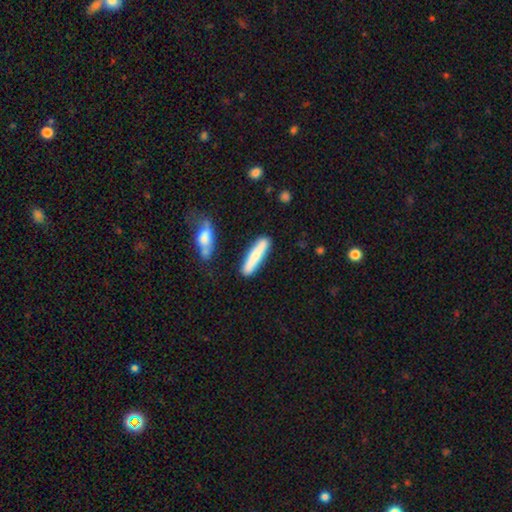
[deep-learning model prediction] Q: Smooth or featured?
A: smooth (65%); runner-up: featured or disk (30%)
Q: How rounded?
A: cigar-shaped (86%); runner-up: in between (12%)
Q: Merging?
A: none (84%); runner-up: minor disturbance (10%)